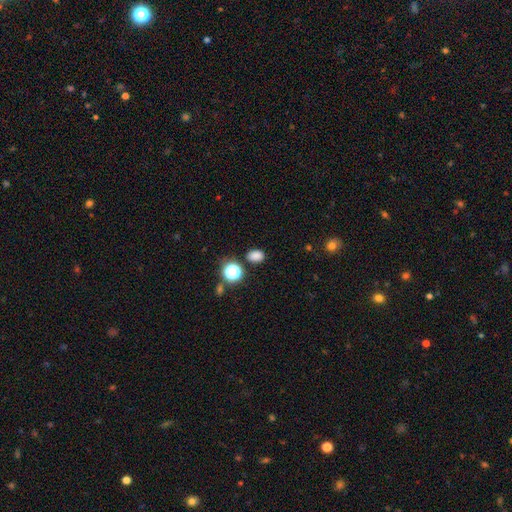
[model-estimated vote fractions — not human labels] Q: Smooth or featured?
A: smooth (80%); runner-up: star or artifact (16%)
Q: How rounded?
A: in between (67%); runner-up: round (32%)
Q: Merging?
A: none (83%); runner-up: minor disturbance (10%)